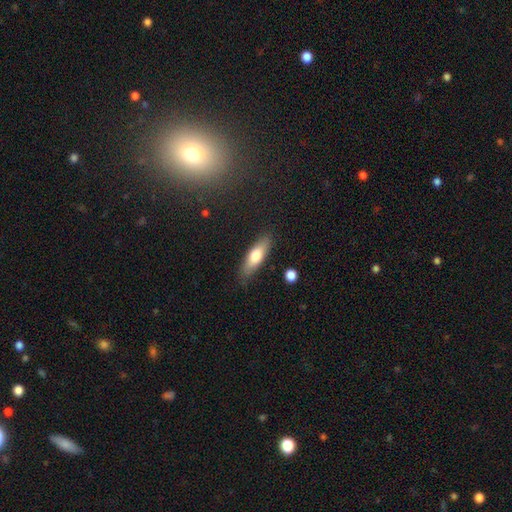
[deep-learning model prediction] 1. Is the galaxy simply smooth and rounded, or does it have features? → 69% smooth, 25% featured or disk, 6% star or artifact.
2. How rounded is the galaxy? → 50% in between, 47% cigar-shaped, 2% round.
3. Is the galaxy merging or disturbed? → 84% none, 12% minor disturbance, 3% major disturbance, 2% merger.